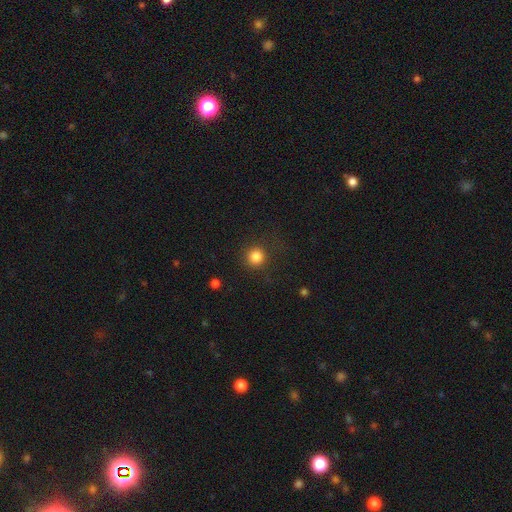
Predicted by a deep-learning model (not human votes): Smooth or featured? smooth (83%)
How rounded? round (94%)
Merging? none (87%)